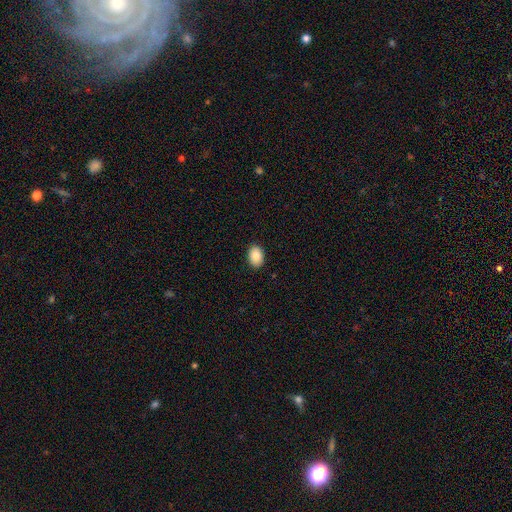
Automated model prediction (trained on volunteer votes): This appears to be a smooth galaxy with no disk features (87%) that is in between round and cigar-shaped (84%). Merging: none (90%).